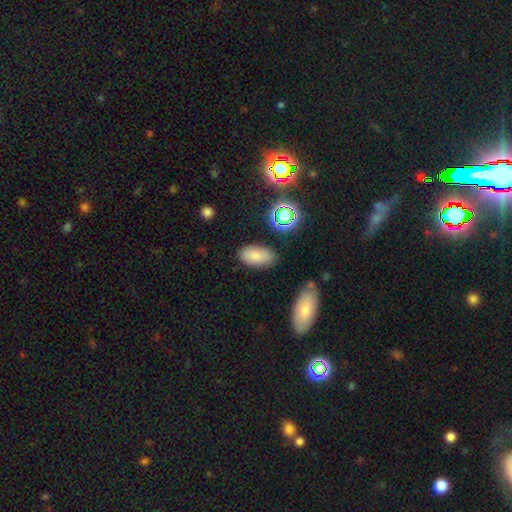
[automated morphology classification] smooth 80%, star or artifact 11%, featured or disk 9%. Down the decision tree: how rounded — in between (93%); merging — none (79%).